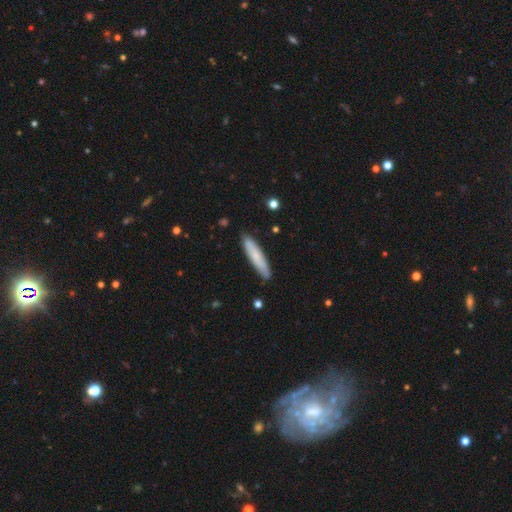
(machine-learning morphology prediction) This appears to be a smooth galaxy with no disk features (72%) that is cigar-shaped (88%). Merging: none (87%).